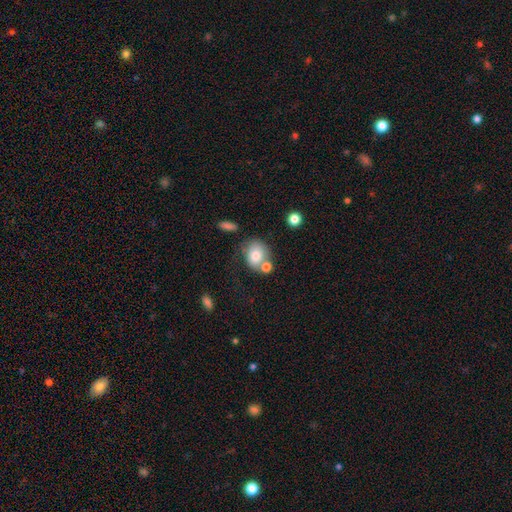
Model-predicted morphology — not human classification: smooth_or_featured: smooth (p=0.75) [alt: featured or disk p=0.17]
how_rounded: in between (p=0.50) [alt: round p=0.48]
merging: none (p=0.43) [alt: merger p=0.30]